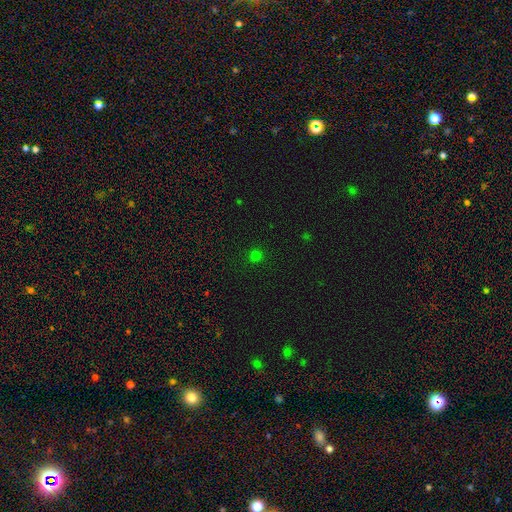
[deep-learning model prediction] This is likely a smooth galaxy (73%). How rounded: clearly round (93%). Merging: clearly none (90%).